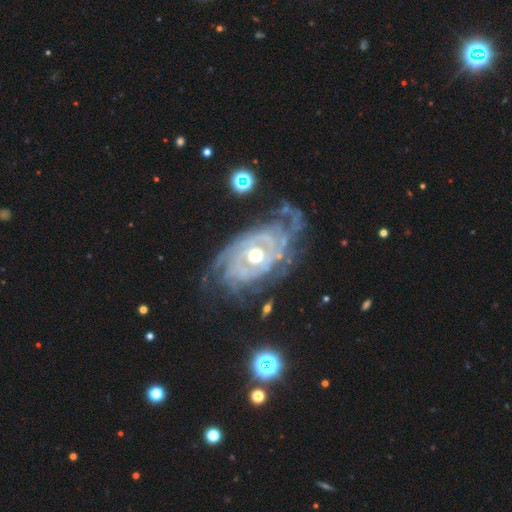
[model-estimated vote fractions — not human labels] The model was most divided on "spiral arm count": can't tell: 32%, 2: 25%, 3: 17%, 4: 10%, more than 4: 8%, 1: 7%. More confident: edge-on disk — no (95%); spiral arms — yes (93%); smooth or featured — featured or disk (90%); bulge size — moderate (75%); bar — no (74%); spiral winding — tight (71%); merging — none (62%).